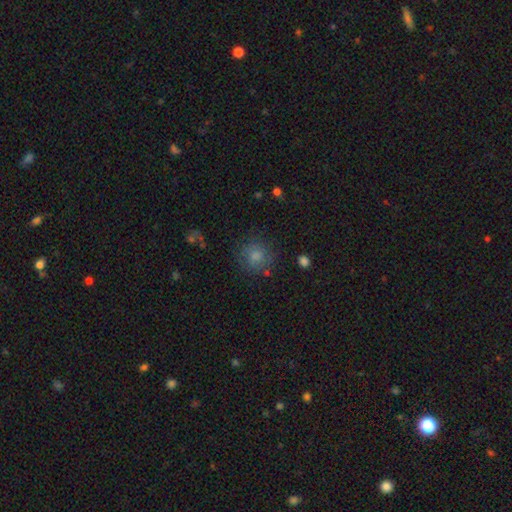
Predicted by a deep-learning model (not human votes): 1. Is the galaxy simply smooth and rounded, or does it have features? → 76% smooth, 12% featured or disk, 12% star or artifact.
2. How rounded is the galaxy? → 87% round, 12% in between, 1% cigar-shaped.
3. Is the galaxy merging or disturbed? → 74% none, 16% minor disturbance, 8% major disturbance, 3% merger.